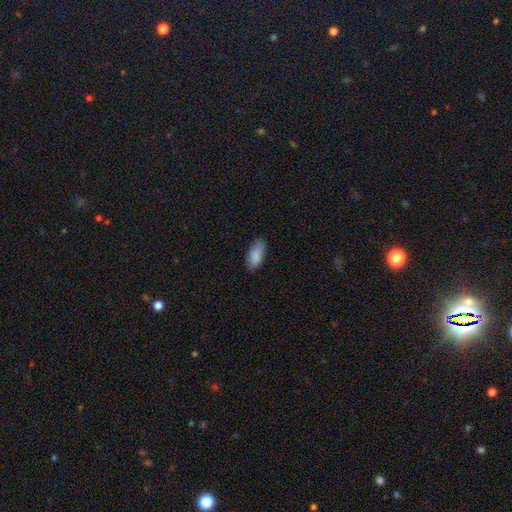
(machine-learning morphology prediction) Smooth or featured? Predicted: smooth (p=0.88). How rounded? Predicted: in between (p=0.87). Merging? Predicted: none (p=0.77).